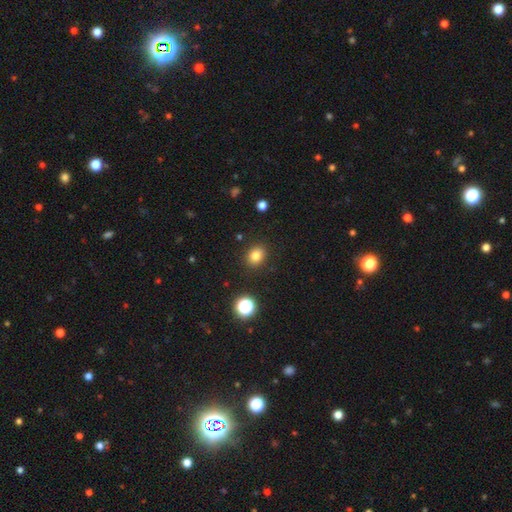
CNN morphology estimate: This is clearly a smooth galaxy (82%). How rounded: possibly round (56%). Merging: clearly none (88%).